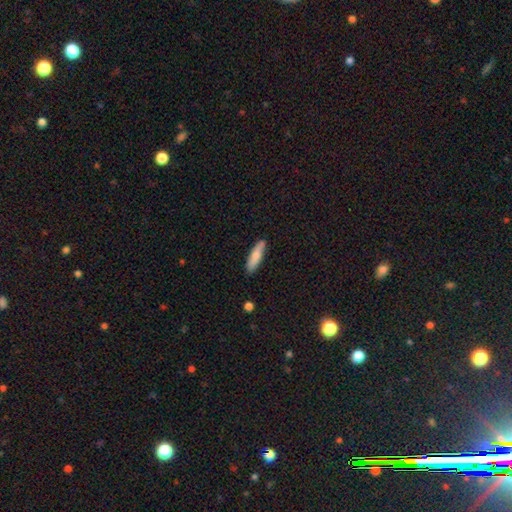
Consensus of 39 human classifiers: smooth 74%, featured or disk 21%, star or artifact 5%. Down the decision tree: how rounded — cigar-shaped (79%); merging — none (81%).